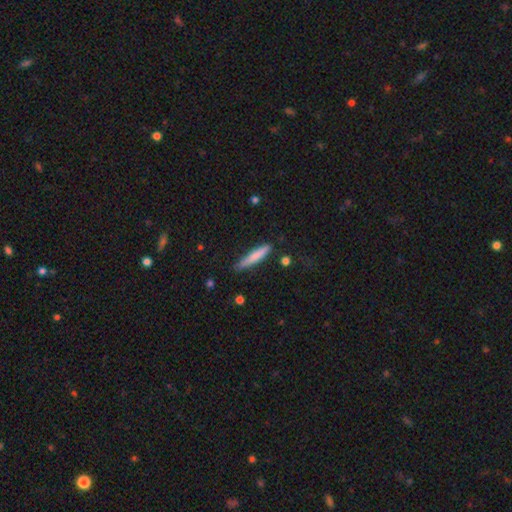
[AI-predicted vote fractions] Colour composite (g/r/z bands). It shows a smooth galaxy with no disk features (76%) that is cigar-shaped (91%). Merging: none (78%).